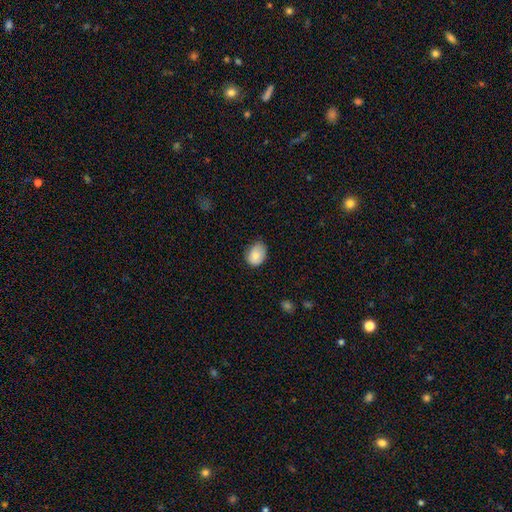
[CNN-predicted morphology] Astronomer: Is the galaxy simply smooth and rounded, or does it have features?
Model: smooth — 81%.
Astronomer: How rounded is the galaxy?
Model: in between — 69%.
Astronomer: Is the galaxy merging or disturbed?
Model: none — 65%.